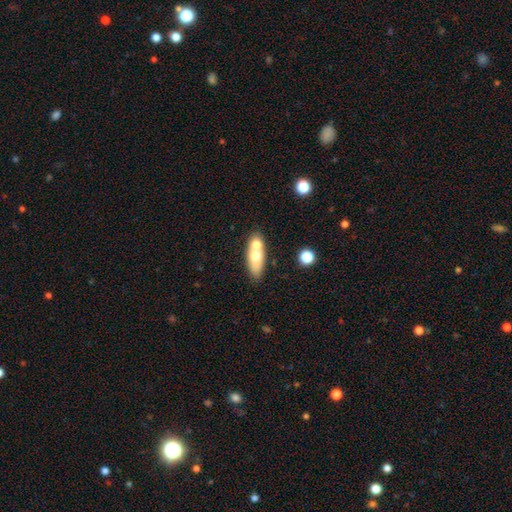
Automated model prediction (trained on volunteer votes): Morphology: type=smooth (64%); roundness=in between (65%); merging=none (43%).